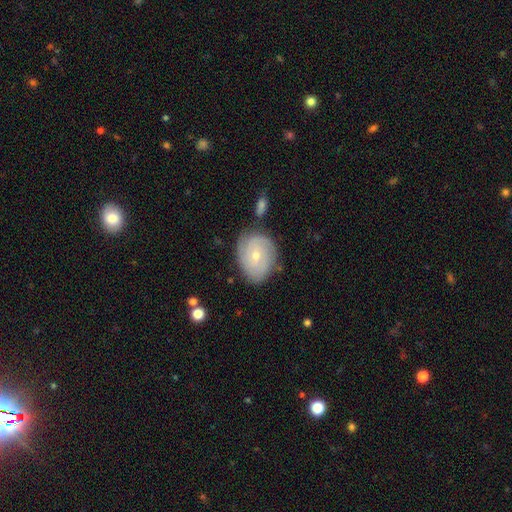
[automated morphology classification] The model was most divided on "spiral arm count": can't tell: 41%, 2: 26%, 3: 17%, 4: 7%, 1: 5%, more than 4: 4%. More confident: edge-on disk — no (96%); spiral arms — yes (86%); merging — none (71%); bar — no (69%); spiral winding — tight (67%); smooth or featured — featured or disk (65%); bulge size — small (63%).